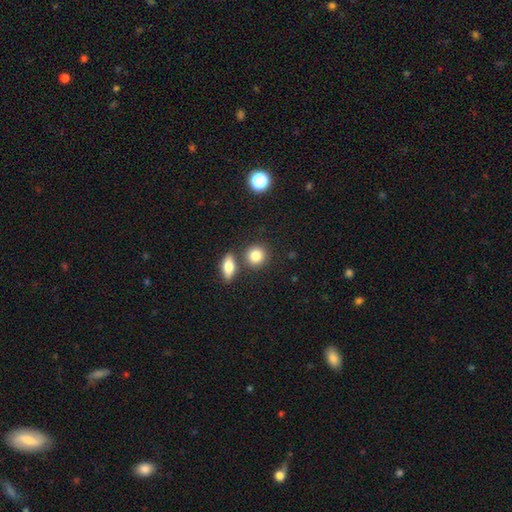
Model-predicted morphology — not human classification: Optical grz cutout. It shows a smooth galaxy with no disk features (83%) that is round (76%). Merging: none (73%).